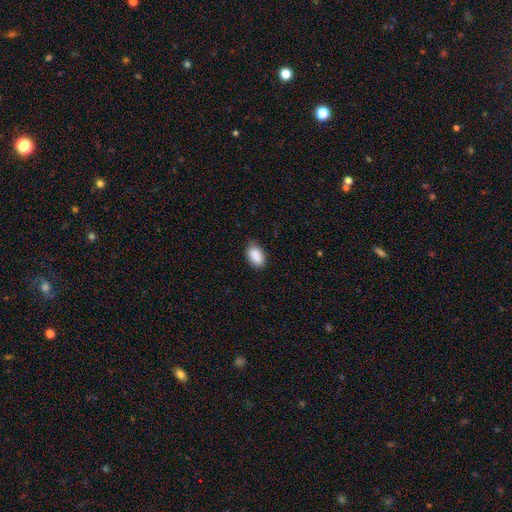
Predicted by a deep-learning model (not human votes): Smooth or featured?
  - smooth: 90% *
  - star or artifact: 7%
  - featured or disk: 3%
How rounded?
  - in between: 93% *
  - round: 6%
  - cigar-shaped: 2%
Merging?
  - none: 80% *
  - minor disturbance: 16%
  - major disturbance: 3%
  - merger: 1%